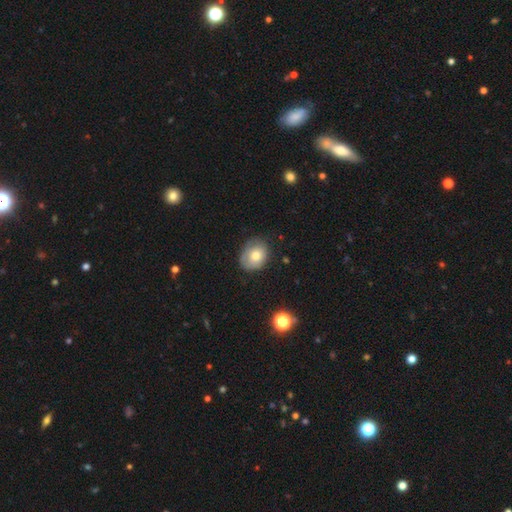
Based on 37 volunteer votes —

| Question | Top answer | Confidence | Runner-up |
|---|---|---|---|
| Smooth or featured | smooth | 73% | featured or disk (24%) |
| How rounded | in between | 52% | round (48%) |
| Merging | none | 61% | minor disturbance (25%) |